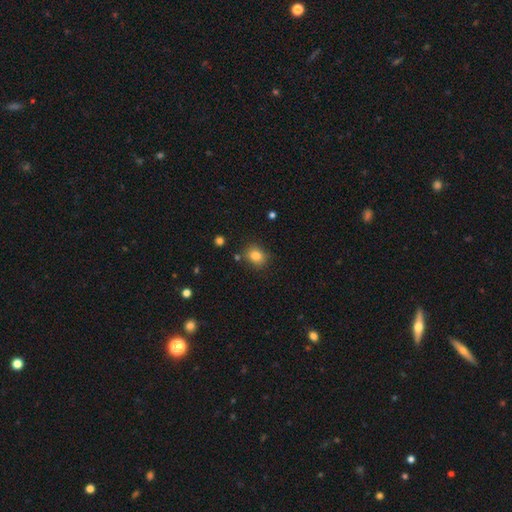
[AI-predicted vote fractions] The model was most divided on "how rounded": round: 64%, in between: 35%, cigar-shaped: 1%. More confident: smooth or featured — smooth (82%); merging — none (80%).